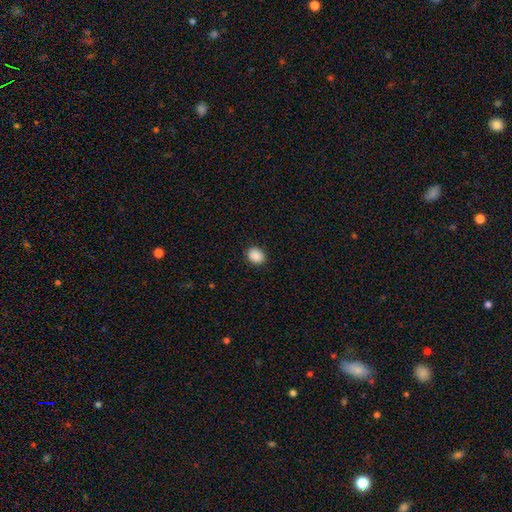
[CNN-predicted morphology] The model was most divided on "how rounded": round: 52%, in between: 48%, cigar-shaped: 1%. More confident: merging — none (90%); smooth or featured — smooth (90%).